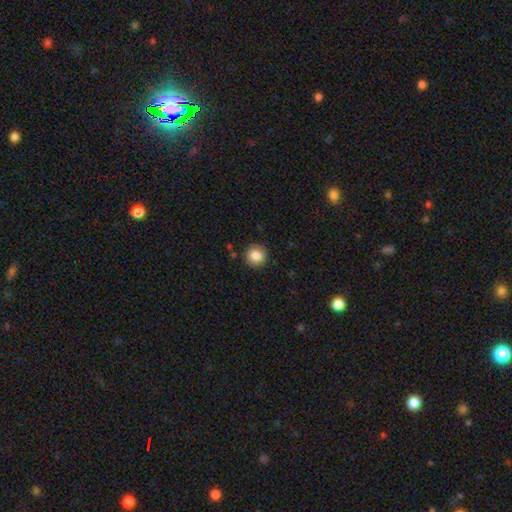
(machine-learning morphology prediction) type=smooth (85%); roundness=round (94%); merging=none (91%).